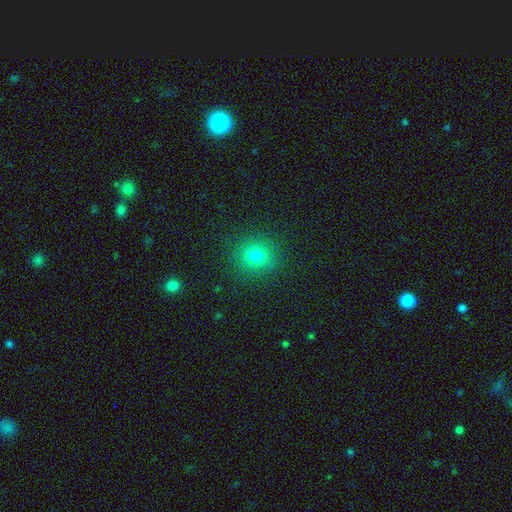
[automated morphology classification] This appears to be a smooth galaxy with no disk features (79%) that is round (82%). Merging: none (89%).